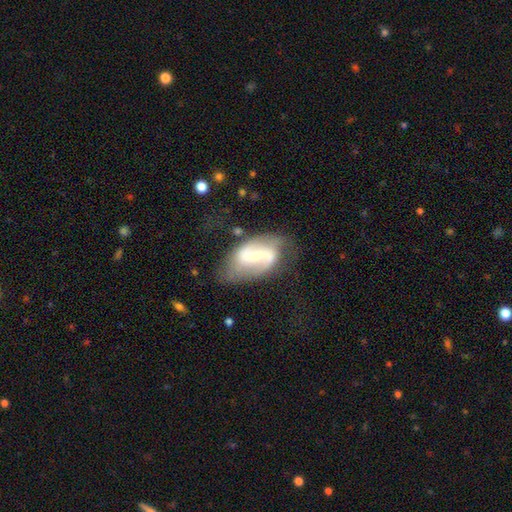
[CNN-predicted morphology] smooth-or-featured: featured or disk: 84% | smooth: 11% | star or artifact: 5%
  disk-edge-on: no: 97% | yes: 3%
    bar: weak: 45% | strong: 33% | no: 22%
    has-spiral-arms: yes: 94% | no: 6%
      spiral-winding: medium: 43% (tied) | loose: 43% (tied) | tight: 14%
      spiral-arm-count: 2: 90% | can't tell: 5% | 1: 2% | 3: 1% | 4: 1% | more than 4: 1%
    bulge-size: small: 57% | moderate: 36% | none: 3% | large: 3% | dominant: 1%
  merging: none: 65% | minor disturbance: 21% | major disturbance: 11% | merger: 3%